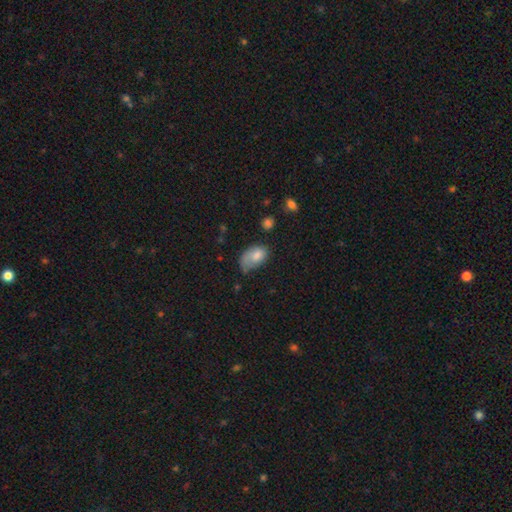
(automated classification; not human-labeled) Smooth or featured?
  - smooth: 76% *
  - featured or disk: 17%
  - star or artifact: 7%
How rounded?
  - in between: 90% *
  - round: 8%
  - cigar-shaped: 1%
Merging?
  - none: 38% *
  - minor disturbance: 37%
  - major disturbance: 22%
  - merger: 4%